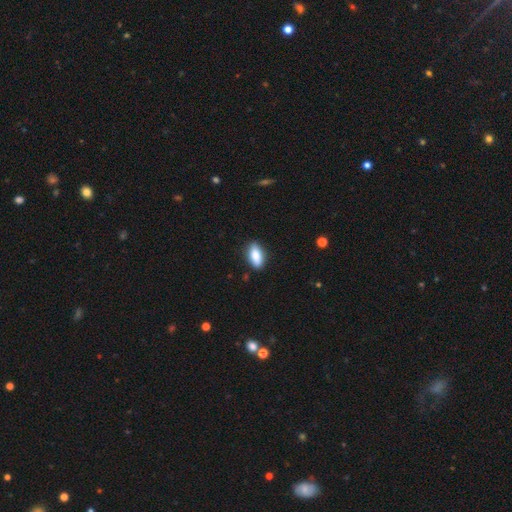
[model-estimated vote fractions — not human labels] Smooth or featured: smooth — 82% (featured or disk — 11%)
How rounded: in between — 85% (cigar-shaped — 12%)
Merging: none — 86% (minor disturbance — 11%)